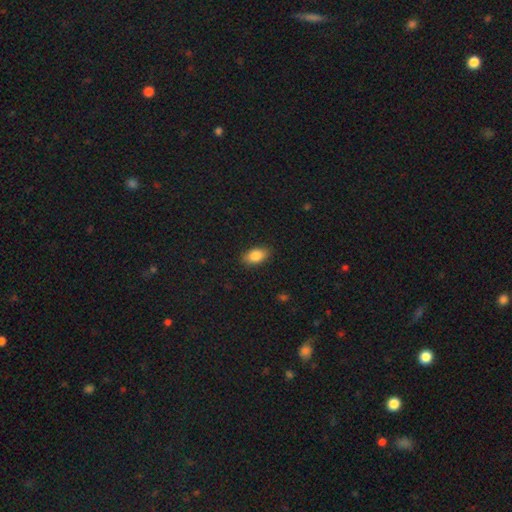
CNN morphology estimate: smooth_or_featured: smooth (p=0.85) [alt: star or artifact p=0.08]
how_rounded: in between (p=0.90) [alt: round p=0.07]
merging: none (p=0.86) [alt: minor disturbance p=0.10]